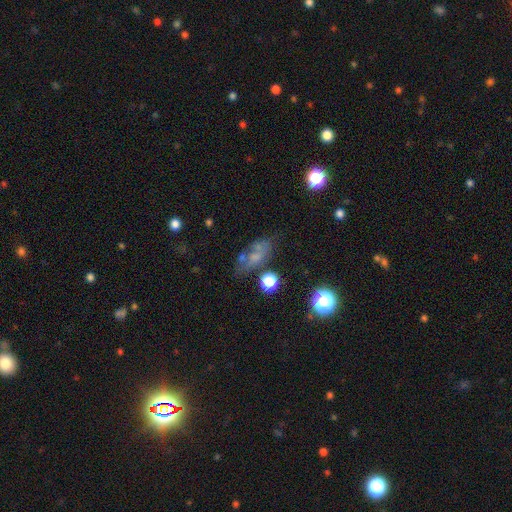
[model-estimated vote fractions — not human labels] This is possibly a smooth galaxy (47%). Merging: possibly none (55%).